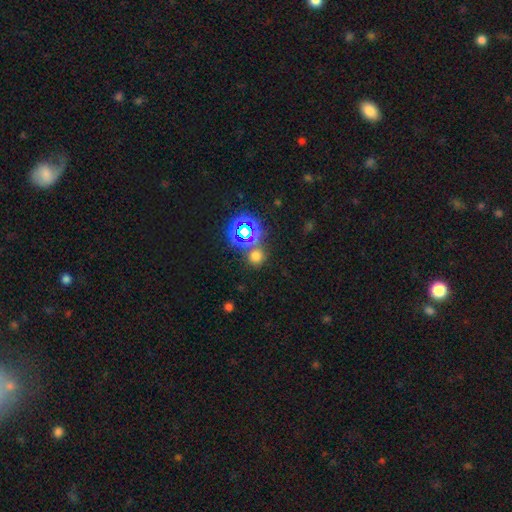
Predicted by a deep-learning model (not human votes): Smooth or featured? Predicted: smooth (p=0.56). How rounded? Predicted: round (p=0.86). Merging? Predicted: none (p=0.73).